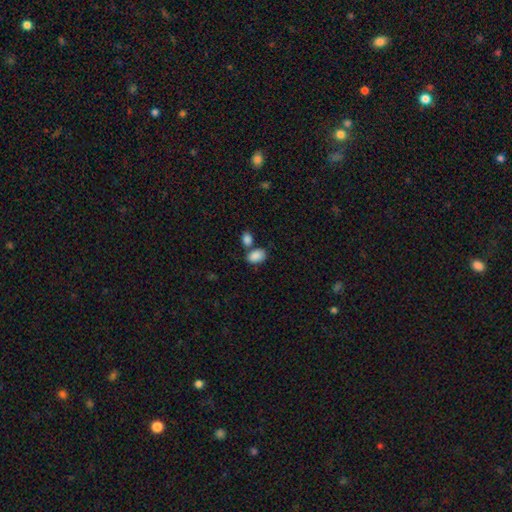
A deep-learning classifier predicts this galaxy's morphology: This is clearly a smooth galaxy (87%). How rounded: clearly in between (87%). Merging: possibly none (54%).